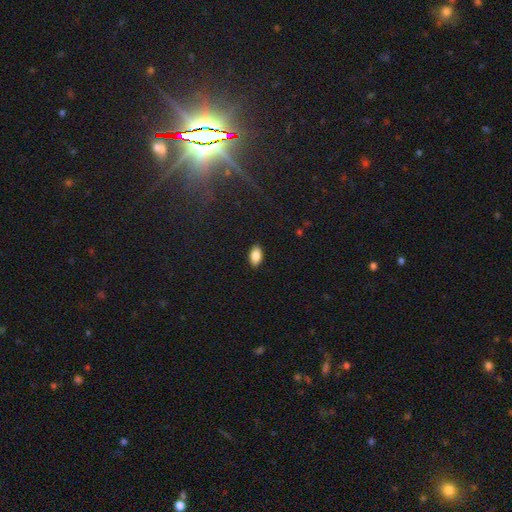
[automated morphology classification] Overall: smooth (86%). How rounded: in between (93%). Merging: none (89%).